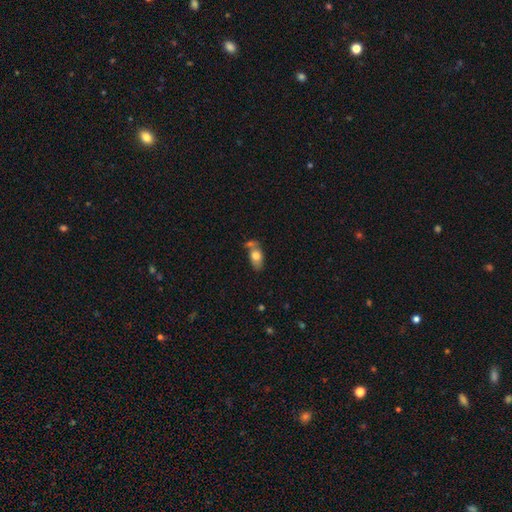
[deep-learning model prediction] Q: Smooth or featured?
A: smooth (74%); runner-up: featured or disk (18%)
Q: How rounded?
A: in between (86%); runner-up: round (11%)
Q: Merging?
A: none (42%); runner-up: merger (33%)